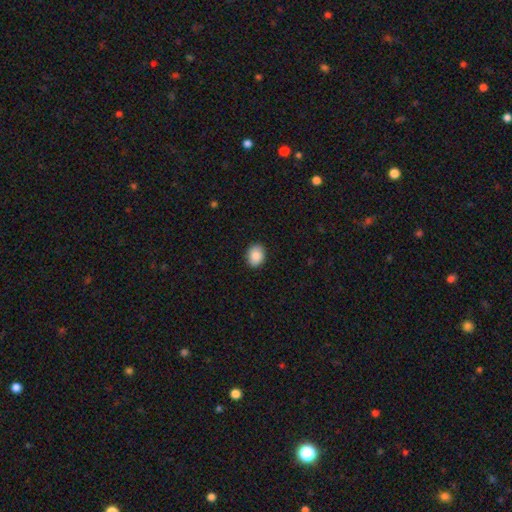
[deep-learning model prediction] The model was most divided on "how rounded": in between: 63%, round: 36%, cigar-shaped: 1%. More confident: merging — none (90%); smooth or featured — smooth (88%).